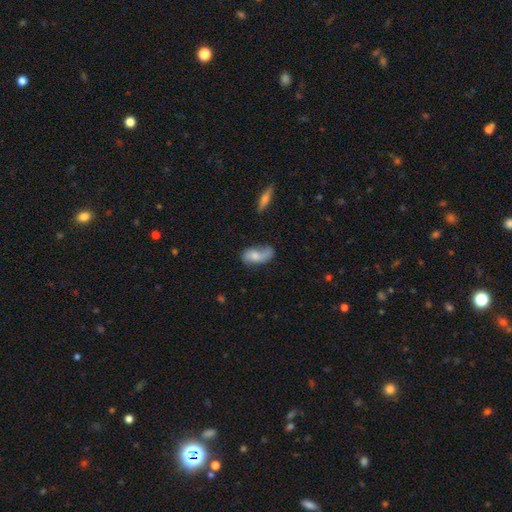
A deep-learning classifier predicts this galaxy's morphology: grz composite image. It shows a smooth galaxy with no disk features (54%) that is in between round and cigar-shaped (88%). Merging: none (40%).